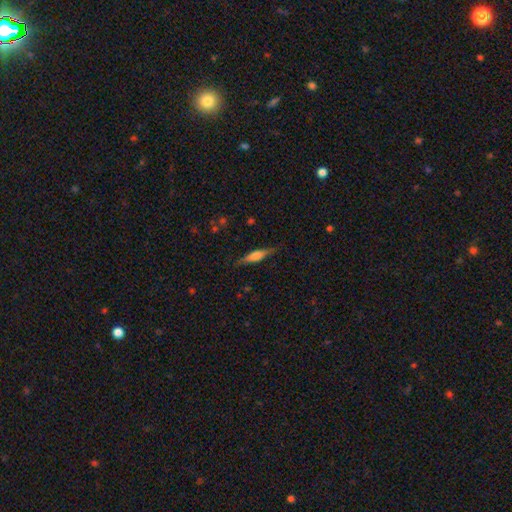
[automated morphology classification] This is possibly a featured or disk galaxy (53%). It is clearly viewed edge-on (95%). Merging: clearly none (85%).